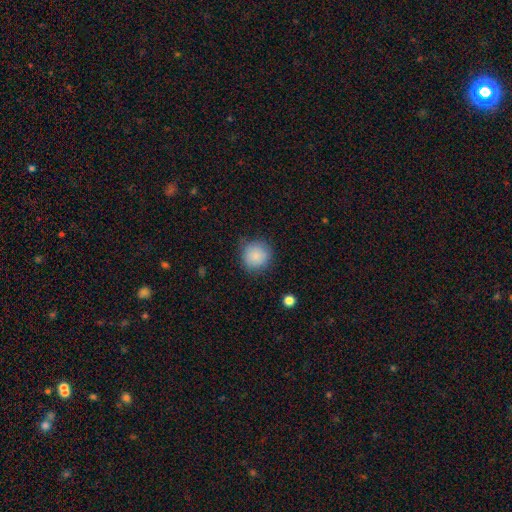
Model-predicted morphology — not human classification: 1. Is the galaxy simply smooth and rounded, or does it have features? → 87% smooth, 8% star or artifact, 5% featured or disk.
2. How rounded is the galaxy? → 92% round, 7% in between, 1% cigar-shaped.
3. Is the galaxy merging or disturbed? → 80% none, 15% minor disturbance, 4% major disturbance, 1% merger.